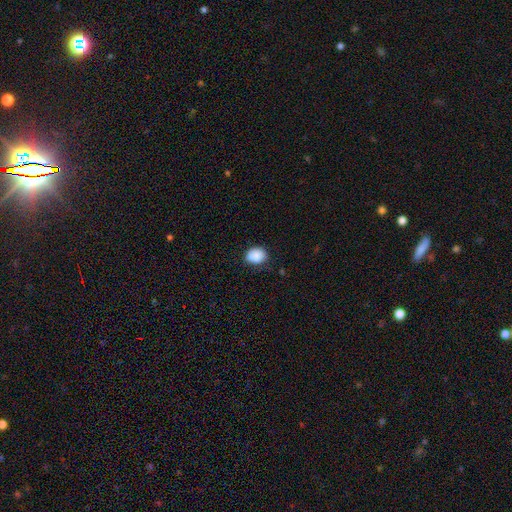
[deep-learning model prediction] A smooth galaxy with no disk features (89%) that is in between round and cigar-shaped (55%). Merging: none (77%).